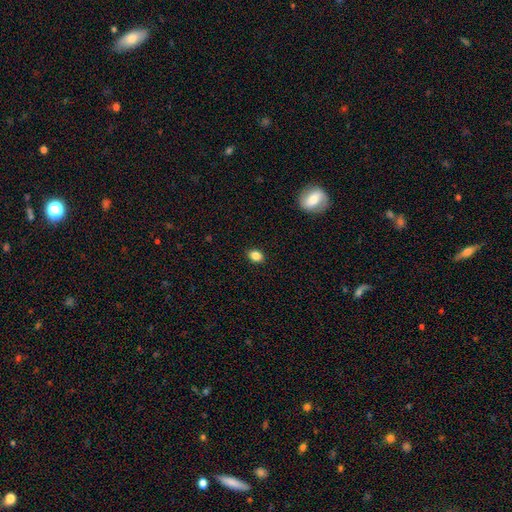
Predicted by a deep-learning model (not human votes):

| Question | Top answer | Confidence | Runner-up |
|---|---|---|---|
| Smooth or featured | smooth | 85% | star or artifact (10%) |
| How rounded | in between | 65% | round (34%) |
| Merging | none | 89% | minor disturbance (8%) |